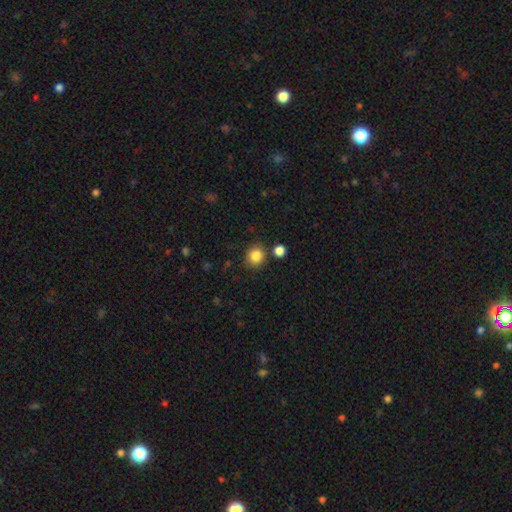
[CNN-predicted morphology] Q: Smooth or featured?
A: smooth (85%); runner-up: star or artifact (11%)
Q: How rounded?
A: round (84%); runner-up: in between (15%)
Q: Merging?
A: none (83%); runner-up: minor disturbance (8%)